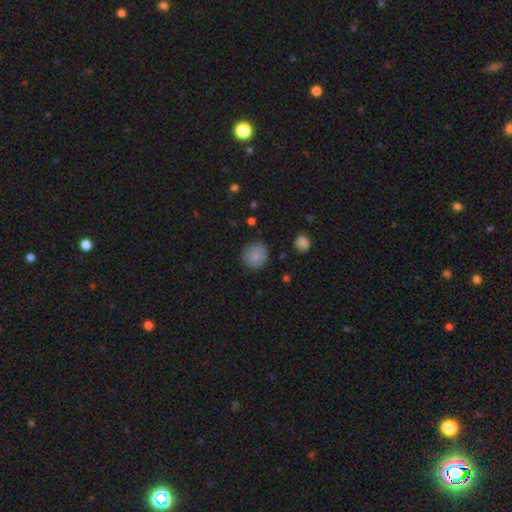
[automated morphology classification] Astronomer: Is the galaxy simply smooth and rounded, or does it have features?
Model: smooth — 87%.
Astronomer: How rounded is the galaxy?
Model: round — 89%.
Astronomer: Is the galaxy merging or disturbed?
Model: none — 86%.